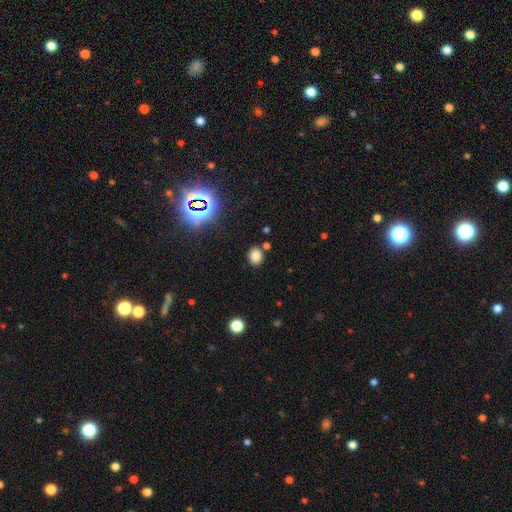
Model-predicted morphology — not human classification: A smooth galaxy with no disk features (77%) that is round (55%).

Vote fractions:
- Smooth or featured? smooth: 77% / star or artifact: 16% / featured or disk: 7%
- How rounded? round: 55% / in between: 44% / cigar-shaped: 1%
- Merging? none: 81% / minor disturbance: 10% / merger: 6% / major disturbance: 3%